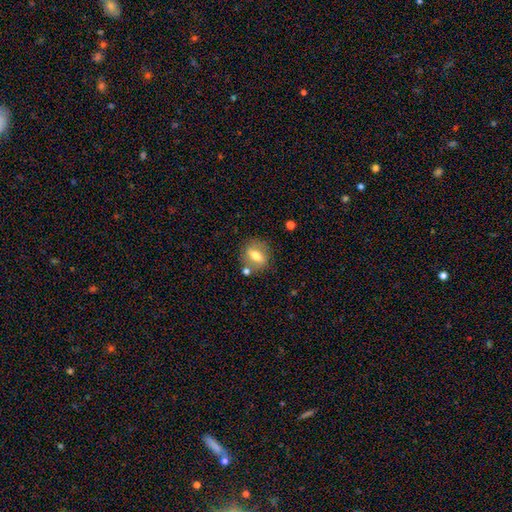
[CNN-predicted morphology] The model was most divided on "how rounded": round: 50%, in between: 43%, cigar-shaped: 6%. More confident: merging — none (78%); smooth or featured — smooth (57%).